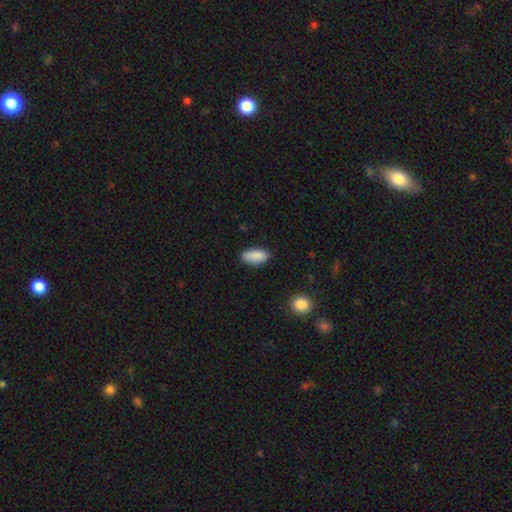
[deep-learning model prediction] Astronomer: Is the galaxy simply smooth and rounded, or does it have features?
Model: smooth — 89%.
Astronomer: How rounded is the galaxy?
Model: in between — 90%.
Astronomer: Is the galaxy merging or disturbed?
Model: none — 83%.